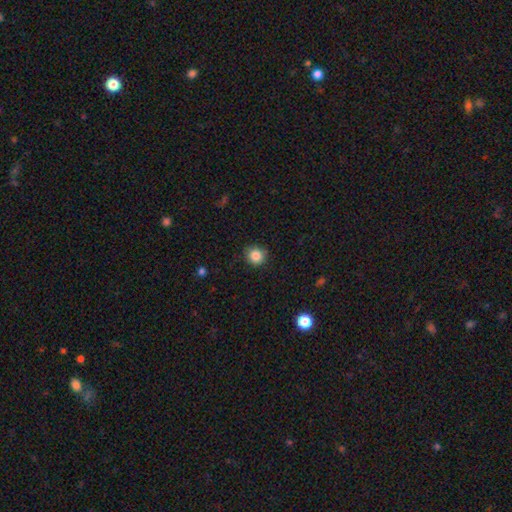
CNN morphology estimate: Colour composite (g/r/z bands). It shows a smooth galaxy with no disk features (85%) that is round (87%). Merging: none (84%).